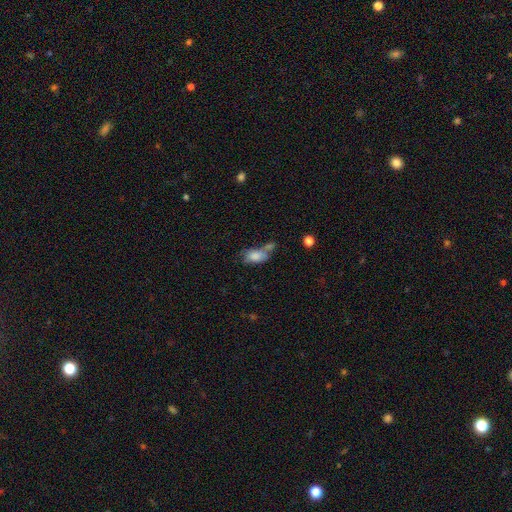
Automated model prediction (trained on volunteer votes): smooth-or-featured: smooth: 77% | featured or disk: 14% | star or artifact: 9%
  how-rounded: in between: 88% | round: 8% | cigar-shaped: 4%
  merging: merger: 36% | none: 33% | minor disturbance: 19% | major disturbance: 12%